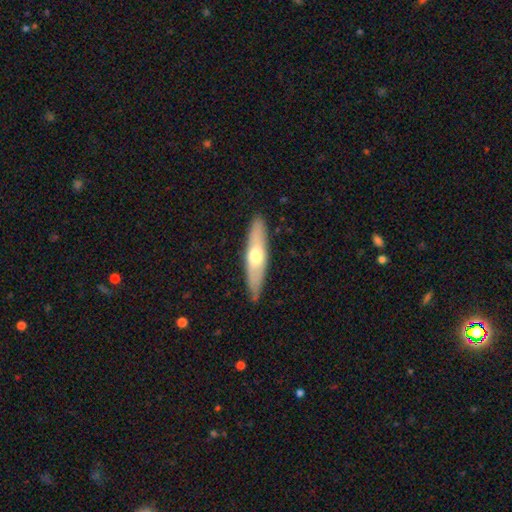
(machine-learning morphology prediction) This is possibly a smooth galaxy (51%). How rounded: likely cigar-shaped (71%). Merging: clearly none (84%).